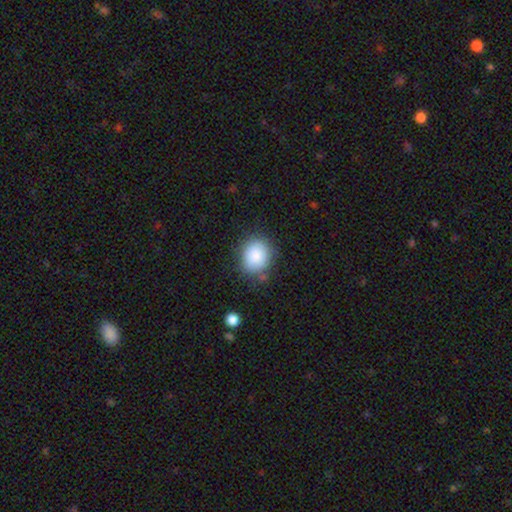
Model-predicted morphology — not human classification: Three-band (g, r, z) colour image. It shows a smooth galaxy with no disk features (86%) that is round (70%). Merging: none (76%).